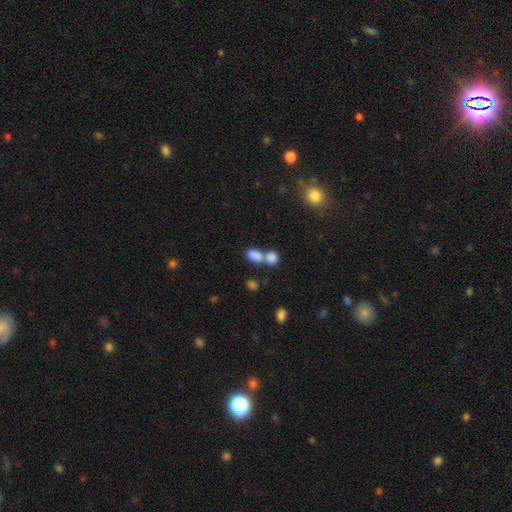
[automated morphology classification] type=smooth (81%); roundness=in between (76%); merging=merger (58%).